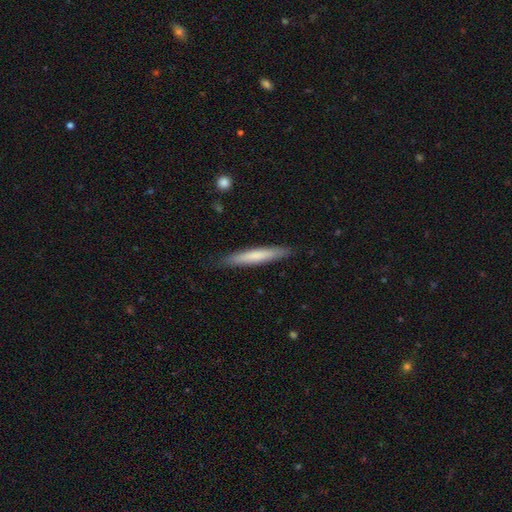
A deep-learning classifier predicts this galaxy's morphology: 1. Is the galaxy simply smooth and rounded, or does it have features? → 70% smooth, 25% featured or disk, 5% star or artifact.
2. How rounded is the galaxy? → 94% cigar-shaped, 5% in between, 1% round.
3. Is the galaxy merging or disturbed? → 88% none, 9% minor disturbance, 2% major disturbance, 1% merger.